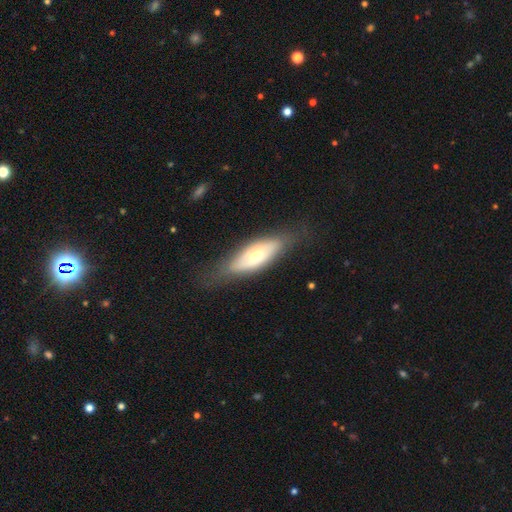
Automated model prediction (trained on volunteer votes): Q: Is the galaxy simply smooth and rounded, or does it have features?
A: smooth — 48%.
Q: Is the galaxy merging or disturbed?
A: none — 71%.